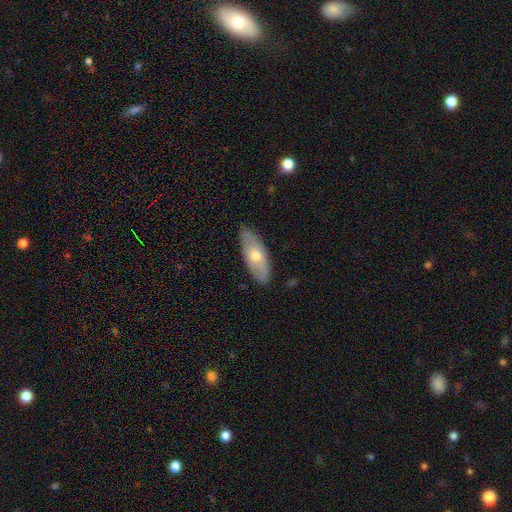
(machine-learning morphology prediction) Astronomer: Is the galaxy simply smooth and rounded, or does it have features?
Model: smooth — 58% (runner-up: featured or disk, 36%).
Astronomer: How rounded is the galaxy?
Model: in between — 74%.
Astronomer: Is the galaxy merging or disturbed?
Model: none — 84%.